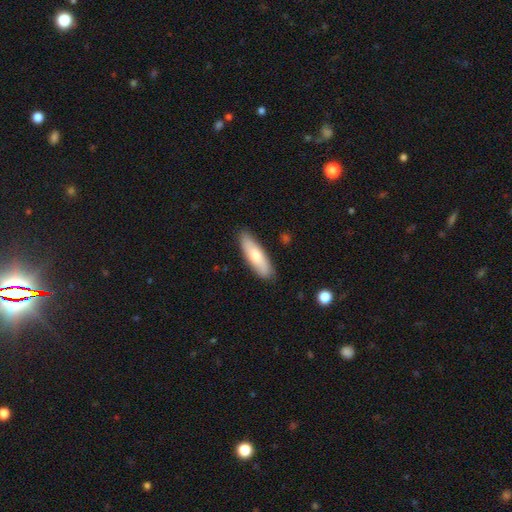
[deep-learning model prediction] Overall: smooth (71%). How rounded: cigar-shaped (53%; in between 45%). Merging: none (87%).